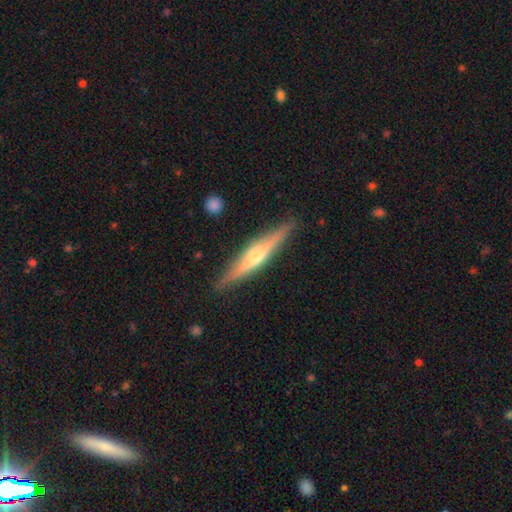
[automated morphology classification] Smooth or featured? Predicted: featured or disk (p=0.74). Edge-on disk? Predicted: yes (p=0.97). Edge-on bulge? Predicted: rounded (p=0.88). Merging? Predicted: none (p=0.88).